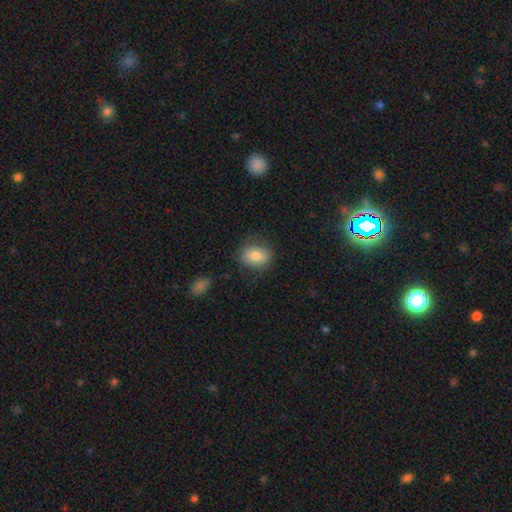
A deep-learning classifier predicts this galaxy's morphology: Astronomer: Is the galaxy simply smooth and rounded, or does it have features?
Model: smooth — 76%.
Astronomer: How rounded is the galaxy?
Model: in between — 60% (runner-up: round, 39%).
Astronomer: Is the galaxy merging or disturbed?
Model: none — 71%.